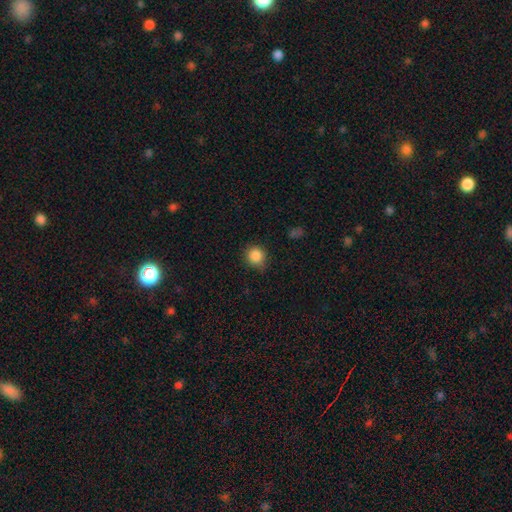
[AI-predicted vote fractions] Smooth or featured: smooth — 86% (star or artifact — 10%)
How rounded: round — 89% (in between — 10%)
Merging: none — 79% (minor disturbance — 17%)